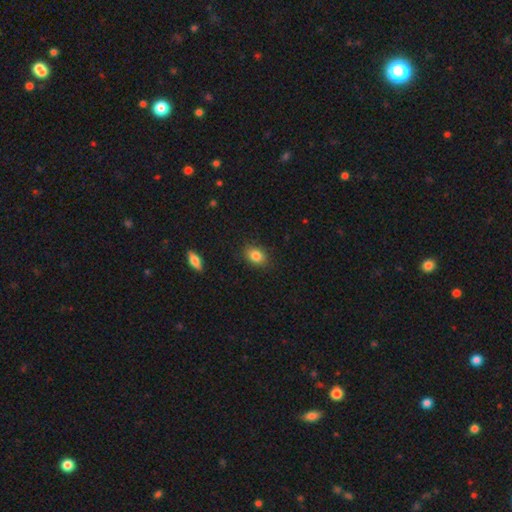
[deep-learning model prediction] Smooth or featured? Predicted: smooth (p=0.84). How rounded? Predicted: in between (p=0.67). Merging? Predicted: none (p=0.86).